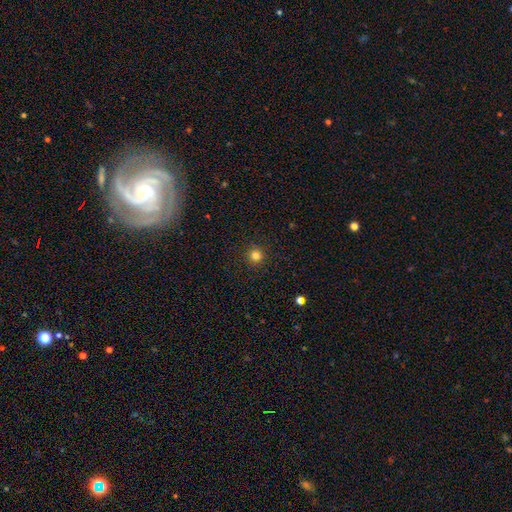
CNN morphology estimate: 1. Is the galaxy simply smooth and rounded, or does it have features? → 81% smooth, 14% star or artifact, 5% featured or disk.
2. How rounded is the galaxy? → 96% round, 4% in between, 1% cigar-shaped.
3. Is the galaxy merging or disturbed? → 93% none, 5% minor disturbance, 2% major disturbance, 1% merger.